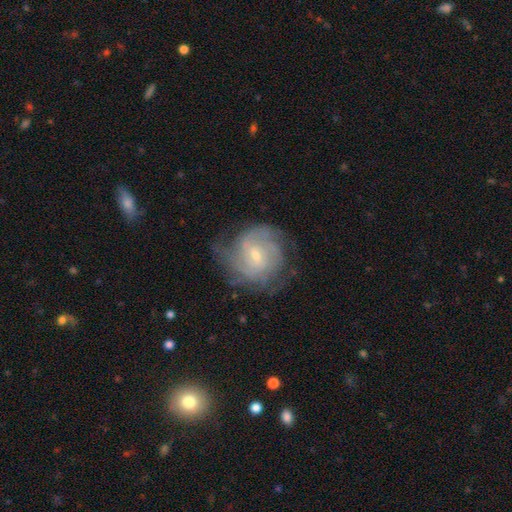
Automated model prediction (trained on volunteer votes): This appears to be a featured or disk galaxy (82%) with a weak bar (53%), tight (57%) spiral arms (94%) and a small central bulge (69%). Merging: none (68%).